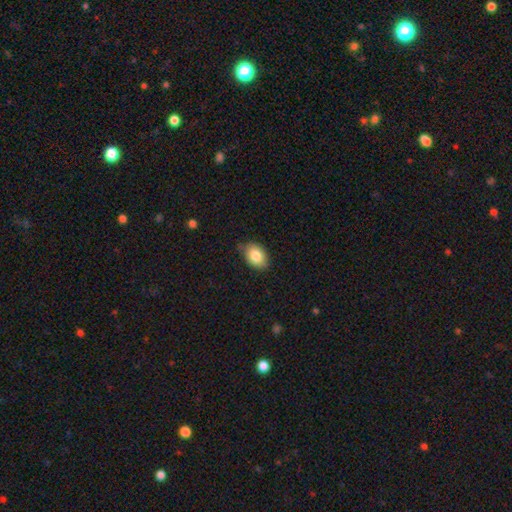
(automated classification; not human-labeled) Smooth or featured?
  - smooth: 84% *
  - featured or disk: 9%
  - star or artifact: 8%
How rounded?
  - in between: 83% *
  - round: 16%
  - cigar-shaped: 1%
Merging?
  - none: 79% *
  - minor disturbance: 17%
  - major disturbance: 3%
  - merger: 1%